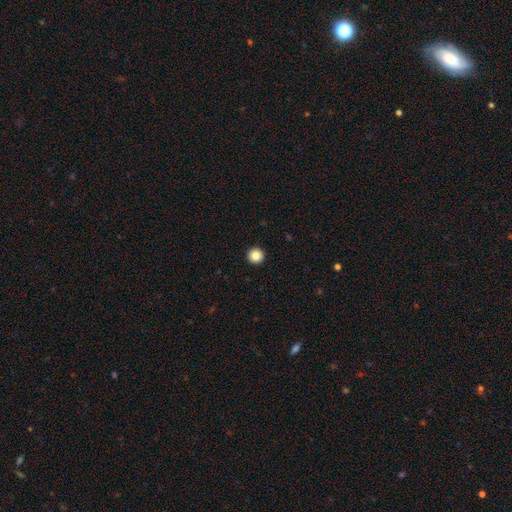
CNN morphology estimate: Smooth or featured: smooth — 85% (star or artifact — 10%)
How rounded: round — 97% (in between — 3%)
Merging: none — 94% (minor disturbance — 3%)